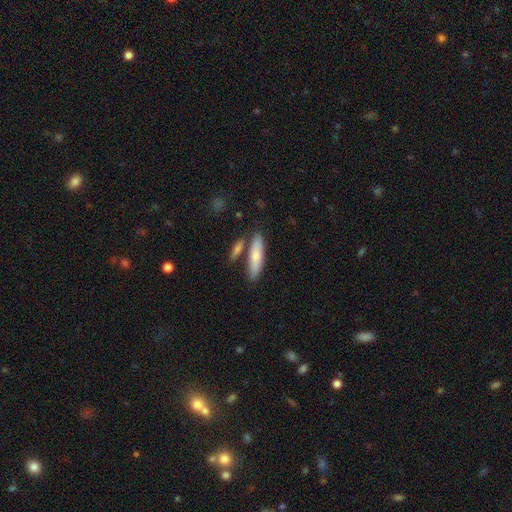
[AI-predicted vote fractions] The model was most divided on "how rounded": cigar-shaped: 60%, in between: 38%, round: 2%. More confident: smooth or featured — smooth (71%); merging — none (68%).